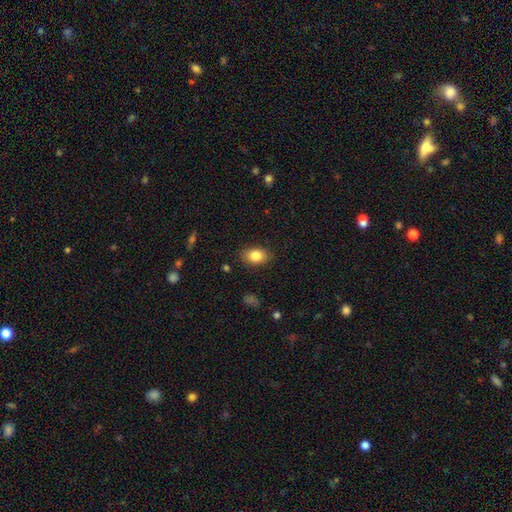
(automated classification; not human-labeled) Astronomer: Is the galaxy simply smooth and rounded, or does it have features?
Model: smooth — 84%.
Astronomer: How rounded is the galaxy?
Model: in between — 85%.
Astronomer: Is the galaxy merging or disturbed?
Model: none — 86%.